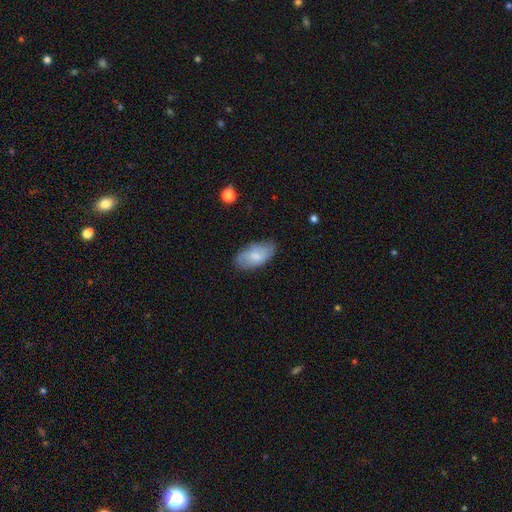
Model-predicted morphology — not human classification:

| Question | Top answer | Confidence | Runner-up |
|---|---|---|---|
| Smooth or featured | smooth | 76% | featured or disk (18%) |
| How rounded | in between | 94% | cigar-shaped (3%) |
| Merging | none | 77% | minor disturbance (19%) |